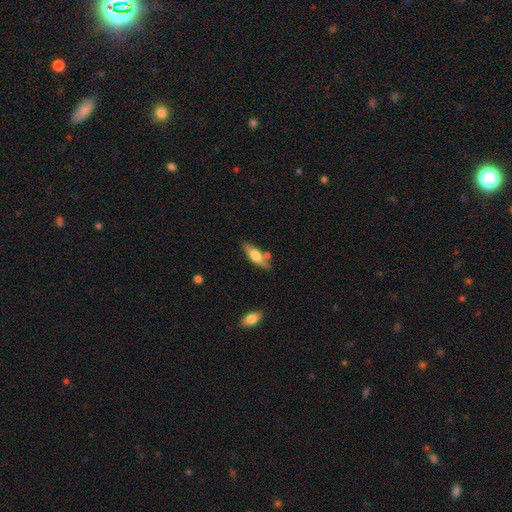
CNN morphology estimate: This appears to be a smooth galaxy with no disk features (58%) that is in between round and cigar-shaped (54%). Merging: none (71%).